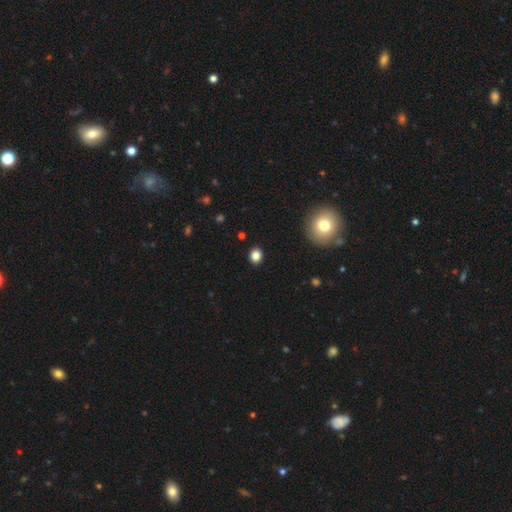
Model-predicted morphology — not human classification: smooth 84%, star or artifact 12%, featured or disk 5%. Down the decision tree: how rounded — round (67%); merging — none (90%).